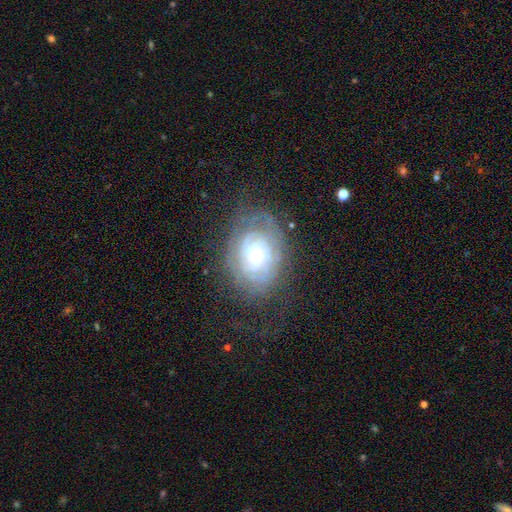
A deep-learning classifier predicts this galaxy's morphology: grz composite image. It shows a featured or disk galaxy (83%) with no bar (74%), tight (79%) spiral arms (92%) and a small central bulge (64%). Merging: none (68%).